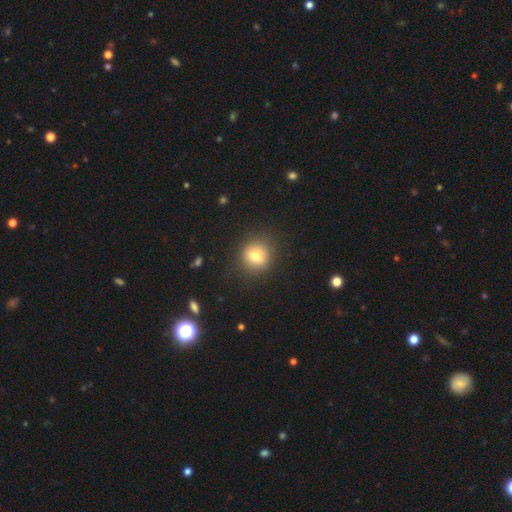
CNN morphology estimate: Q: Smooth or featured?
A: smooth (76%); runner-up: featured or disk (13%)
Q: How rounded?
A: round (85%); runner-up: in between (14%)
Q: Merging?
A: none (86%); runner-up: minor disturbance (10%)